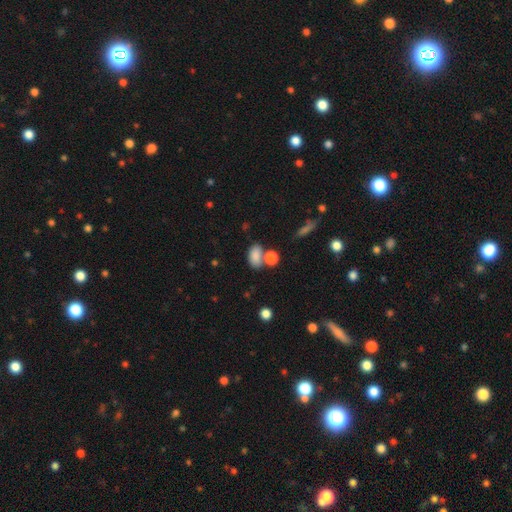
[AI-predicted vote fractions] The model was most divided on "merging": none: 52%, merger: 29%, minor disturbance: 14%, major disturbance: 5%. More confident: how rounded — in between (88%); smooth or featured — smooth (84%).